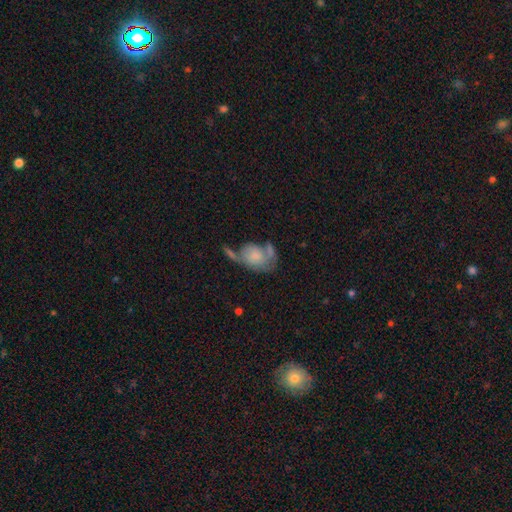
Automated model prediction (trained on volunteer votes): Smooth or featured: smooth — 62% (featured or disk — 31%)
How rounded: in between — 76% (round — 22%)
Merging: merger — 32% (none — 28%)